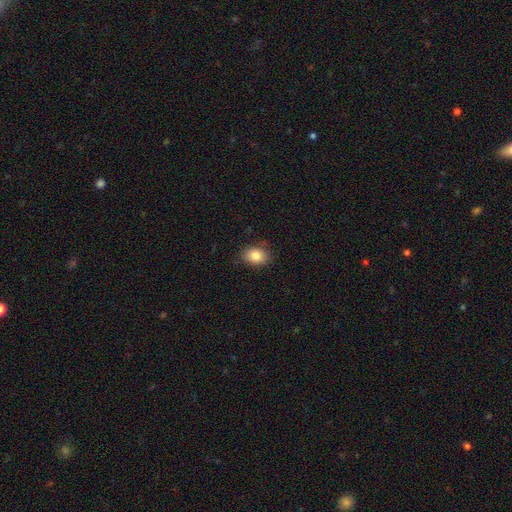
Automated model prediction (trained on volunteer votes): This is clearly a smooth galaxy (84%). How rounded: likely in between (74%). Merging: clearly none (84%).